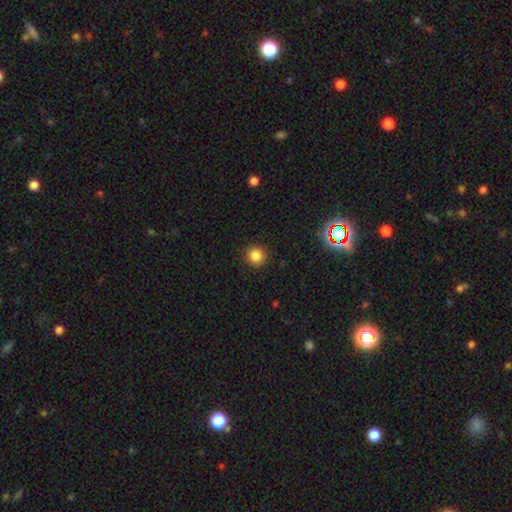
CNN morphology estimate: This is clearly a smooth galaxy (84%). How rounded: clearly round (94%). Merging: clearly none (91%).